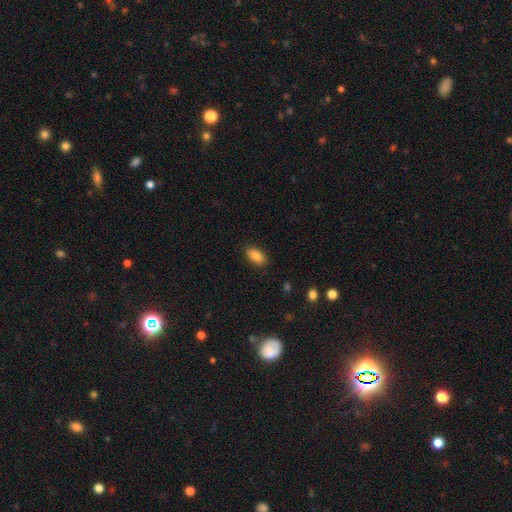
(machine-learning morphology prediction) Smooth or featured: smooth — 86% (star or artifact — 8%)
How rounded: in between — 92% (cigar-shaped — 5%)
Merging: none — 87% (minor disturbance — 9%)